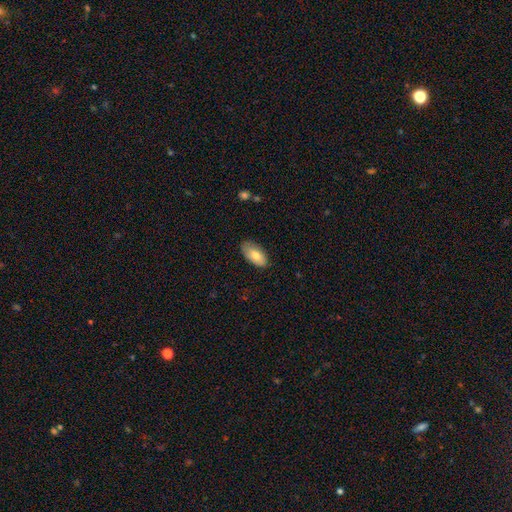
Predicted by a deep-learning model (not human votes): Overall: smooth (80%). How rounded: in between (93%). Merging: none (74%).